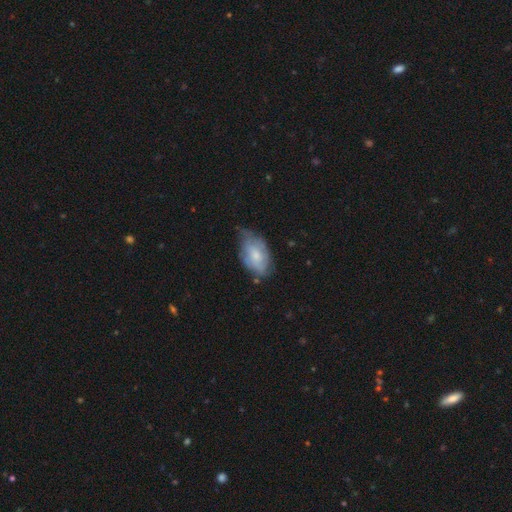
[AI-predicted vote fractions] Morphology: type=smooth (55%); roundness=in between (92%); merging=none (44%).